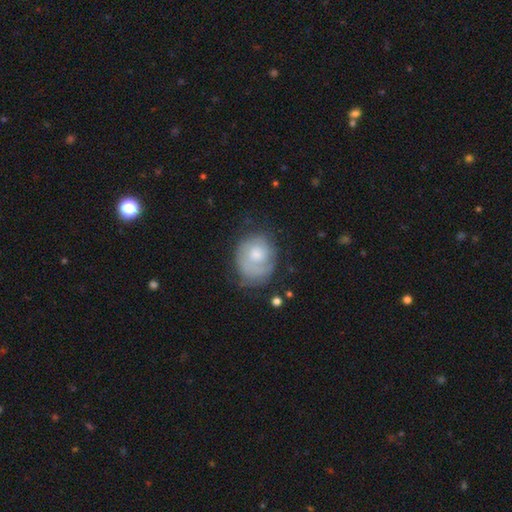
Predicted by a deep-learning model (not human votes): This is possibly a featured or disk galaxy (51%). It is clearly not viewed edge-on (97%). Merging: possibly none (58%).